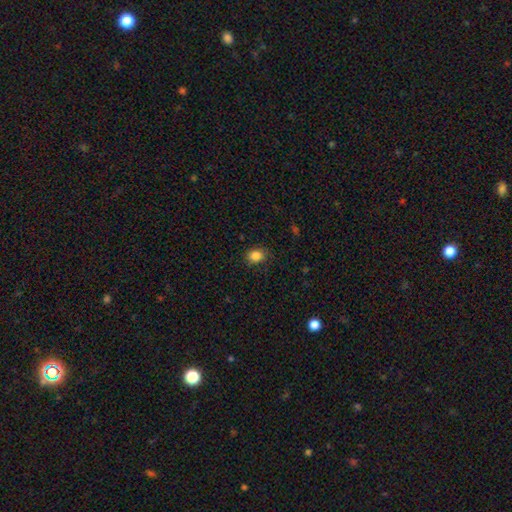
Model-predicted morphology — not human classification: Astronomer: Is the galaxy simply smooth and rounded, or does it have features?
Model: smooth — 85%.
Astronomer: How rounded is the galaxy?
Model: round — 52% (runner-up: in between, 47%).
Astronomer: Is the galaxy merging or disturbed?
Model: none — 81%.